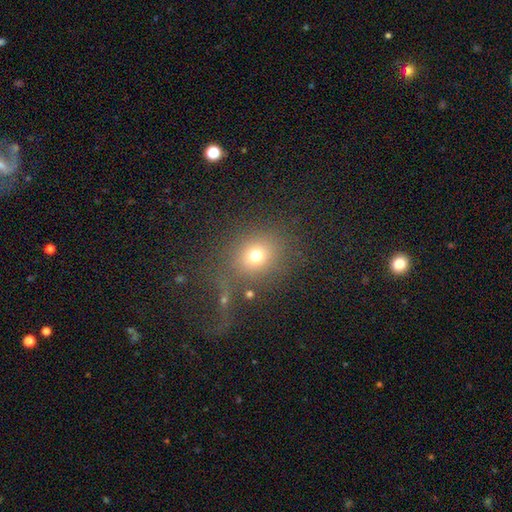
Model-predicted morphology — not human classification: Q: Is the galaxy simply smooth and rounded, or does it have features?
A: smooth — 71%.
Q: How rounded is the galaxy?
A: round — 73%.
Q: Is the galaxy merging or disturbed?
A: none — 71%.